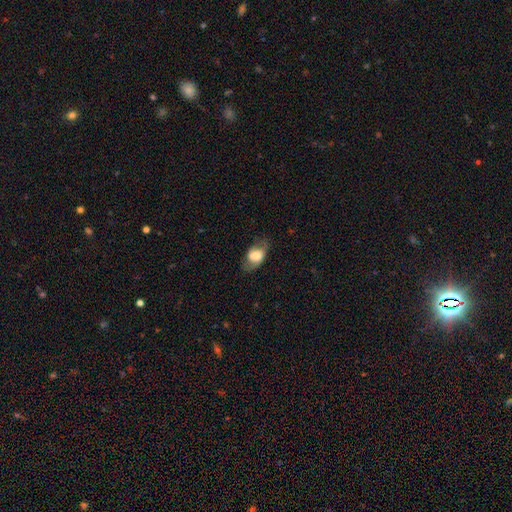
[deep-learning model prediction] This is possibly a smooth galaxy (59%). How rounded: clearly in between (88%). Merging: likely none (68%).